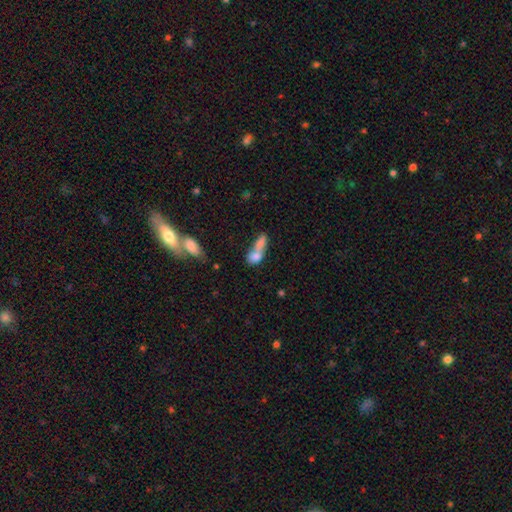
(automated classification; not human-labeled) Morphology: type=smooth (73%); roundness=in between (66%); merging=merger (66%).